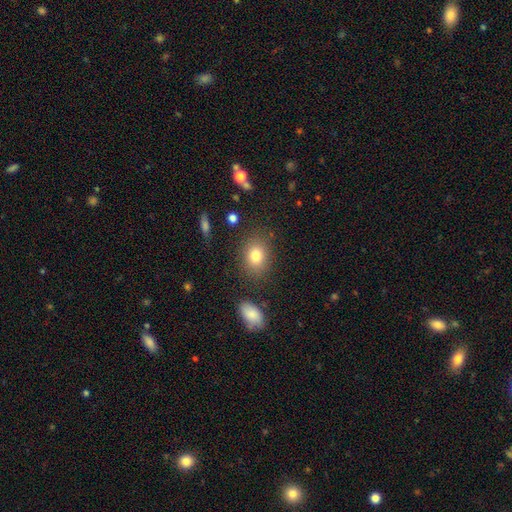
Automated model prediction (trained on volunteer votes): A smooth galaxy with no disk features (82%) that is in between round and cigar-shaped (67%).

Vote fractions:
- Smooth or featured? smooth: 82% / star or artifact: 10% / featured or disk: 9%
- How rounded? in between: 67% / round: 32% / cigar-shaped: 1%
- Merging? none: 80% / minor disturbance: 12% / major disturbance: 4% / merger: 4%